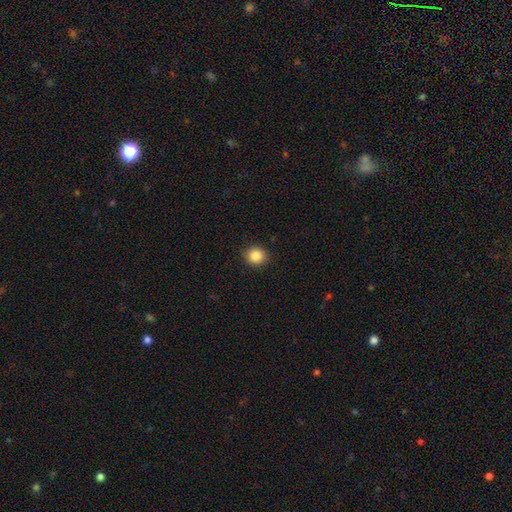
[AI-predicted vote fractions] smooth_or_featured: smooth (p=0.86) [alt: star or artifact p=0.10]
how_rounded: round (p=0.86) [alt: in between p=0.13]
merging: none (p=0.90) [alt: minor disturbance p=0.07]